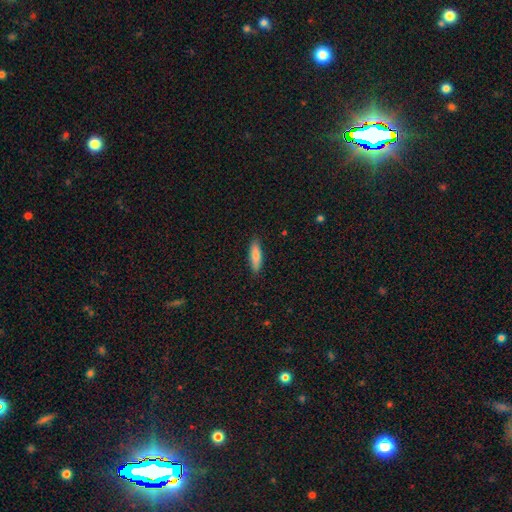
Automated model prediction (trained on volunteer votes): This is clearly a smooth galaxy (80%). How rounded: possibly cigar-shaped (58%). Merging: clearly none (88%).